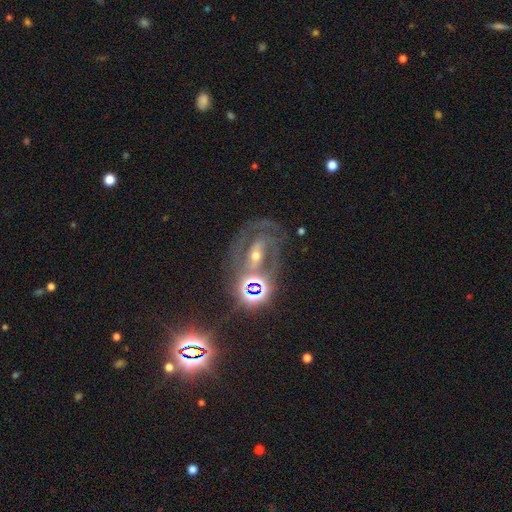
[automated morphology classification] Overall: featured or disk (64%; star or artifact 24%). Edge-on disk: no (95%). Bar: strong (47%; weak 29%). Spiral arms: yes (85%). Spiral arm count: 2 (69%). Spiral winding: medium (46%; tight 42%). Bulge size: moderate (60%; small 32%). Merging: none (61%).